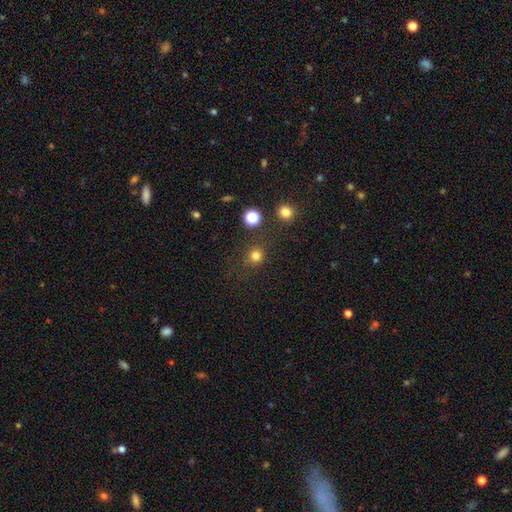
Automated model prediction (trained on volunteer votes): Smooth or featured?
  - smooth: 78% *
  - star or artifact: 17%
  - featured or disk: 5%
How rounded?
  - round: 90% *
  - in between: 9%
  - cigar-shaped: 1%
Merging?
  - none: 82% *
  - minor disturbance: 9%
  - major disturbance: 5%
  - merger: 4%